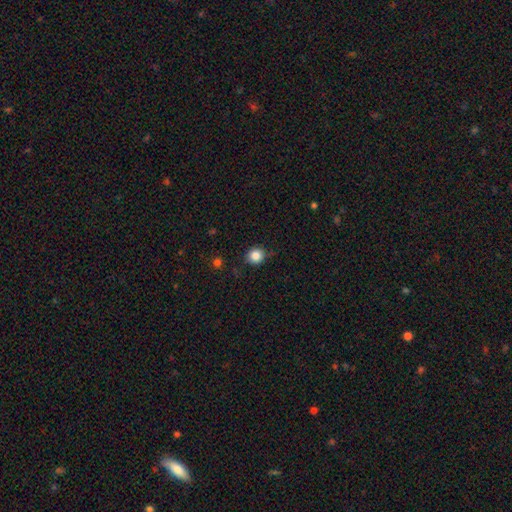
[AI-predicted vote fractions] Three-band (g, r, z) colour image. It shows a smooth galaxy with no disk features (84%) that is round (88%). Merging: none (83%).